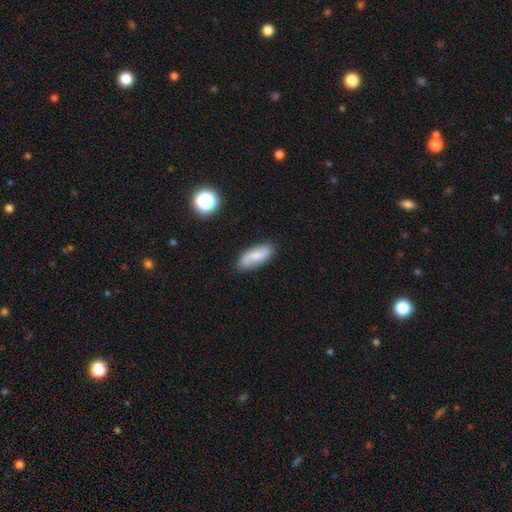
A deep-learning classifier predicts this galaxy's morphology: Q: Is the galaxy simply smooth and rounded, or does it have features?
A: smooth — 61%.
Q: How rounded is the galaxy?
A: in between — 79%.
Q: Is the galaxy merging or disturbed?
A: none — 81%.